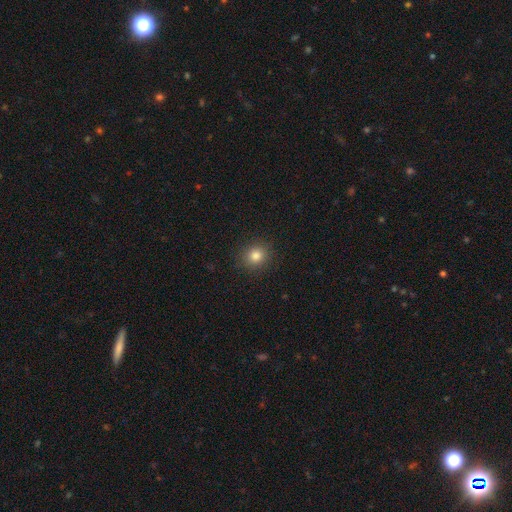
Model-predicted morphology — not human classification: A smooth galaxy with no disk features (82%) that is round (83%).

Vote fractions:
- Smooth or featured? smooth: 82% / star or artifact: 12% / featured or disk: 6%
- How rounded? round: 83% / in between: 16% / cigar-shaped: 1%
- Merging? none: 90% / minor disturbance: 6% / major disturbance: 2% / merger: 1%